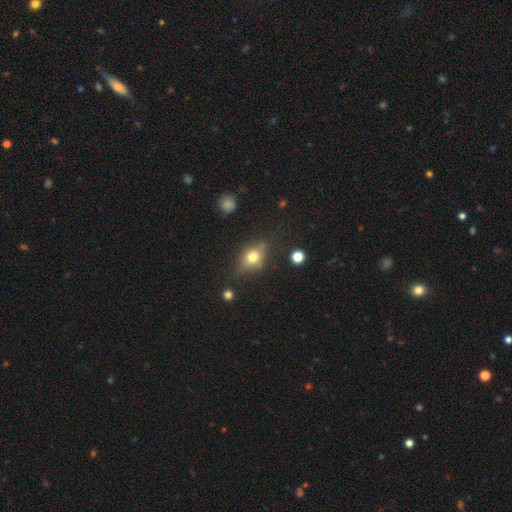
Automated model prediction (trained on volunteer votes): A smooth galaxy with no disk features (56%) that is in between round and cigar-shaped (54%).

Vote fractions:
- Smooth or featured? smooth: 56% / featured or disk: 25% / star or artifact: 19%
- How rounded? in between: 54% / round: 40% / cigar-shaped: 6%
- Merging? none: 79% / minor disturbance: 14% / major disturbance: 4% / merger: 3%